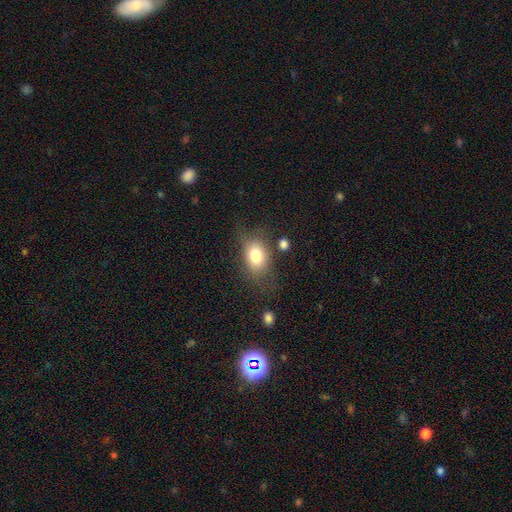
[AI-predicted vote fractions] This is likely a smooth galaxy (77%). How rounded: likely in between (71%). Merging: likely none (61%).